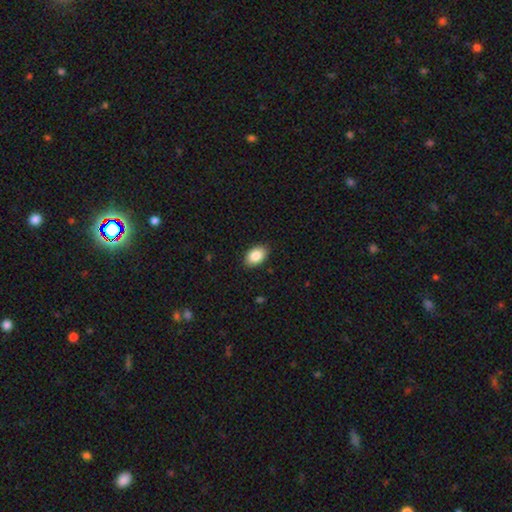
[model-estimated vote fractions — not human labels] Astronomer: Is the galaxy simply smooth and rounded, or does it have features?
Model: smooth — 87%.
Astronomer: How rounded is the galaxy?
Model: in between — 89%.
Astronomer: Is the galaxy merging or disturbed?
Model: none — 88%.